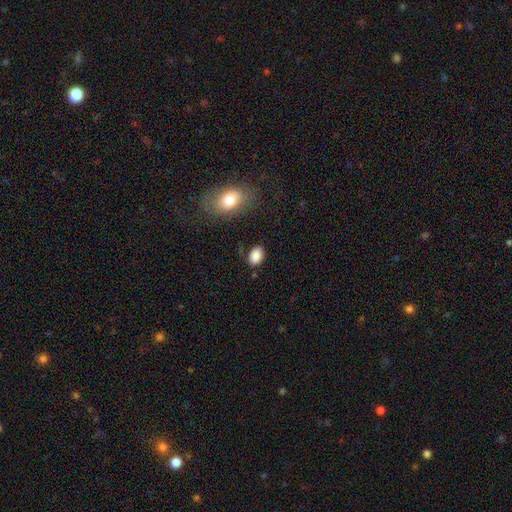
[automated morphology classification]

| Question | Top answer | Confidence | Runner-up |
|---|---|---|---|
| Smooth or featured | smooth | 87% | star or artifact (8%) |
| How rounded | in between | 84% | round (15%) |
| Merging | none | 81% | minor disturbance (13%) |